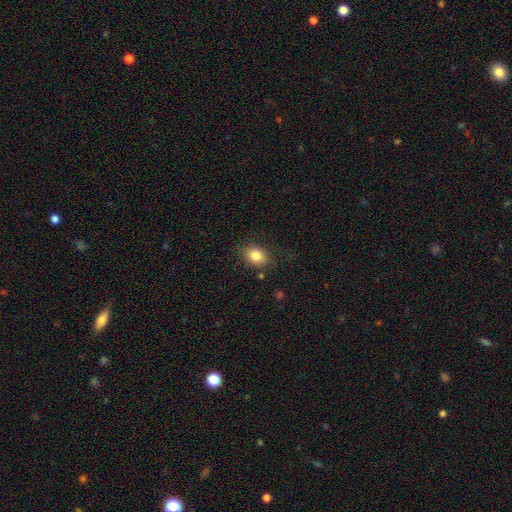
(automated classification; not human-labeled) This appears to be a smooth galaxy with no disk features (83%) that is in between round and cigar-shaped (63%). Merging: none (81%).